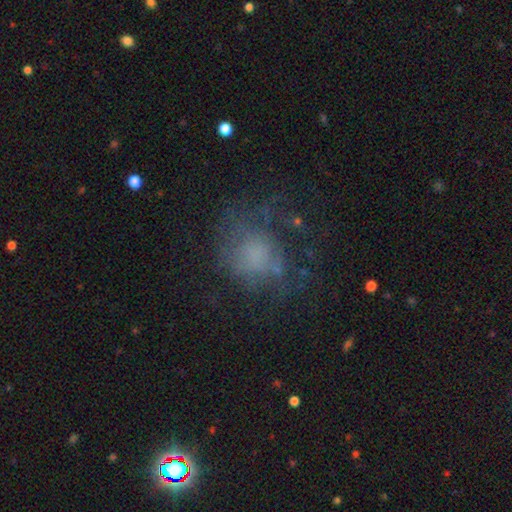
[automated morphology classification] This is possibly a smooth galaxy (50%). Merging: possibly none (50%).